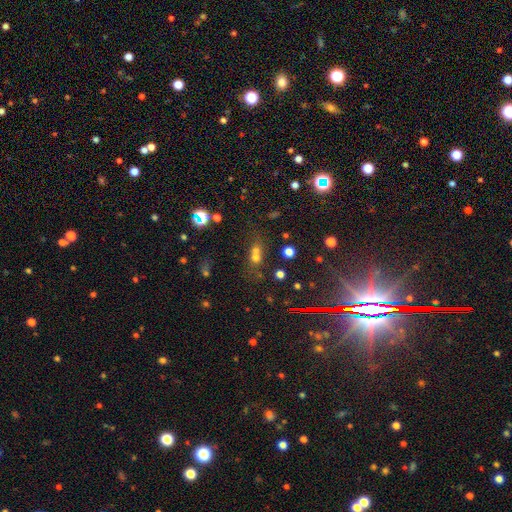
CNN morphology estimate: This appears to be a smooth galaxy with no disk features (55%) that is round (67%). Merging: merger (55%).